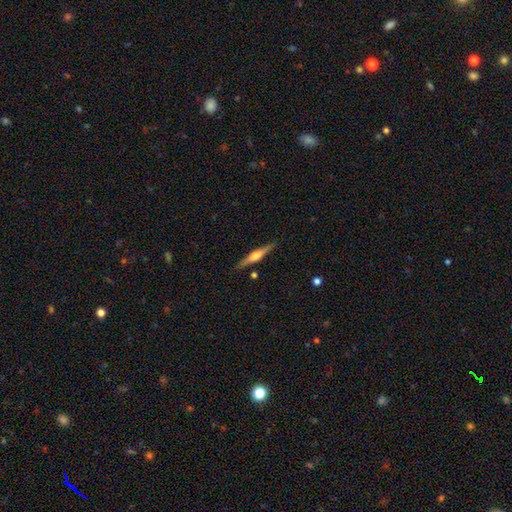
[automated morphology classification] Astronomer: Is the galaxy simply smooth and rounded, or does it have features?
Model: featured or disk — 65%.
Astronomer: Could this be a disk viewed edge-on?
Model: yes — 97%.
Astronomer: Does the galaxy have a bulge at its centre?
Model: rounded — 90%.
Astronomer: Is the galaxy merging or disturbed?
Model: none — 88%.